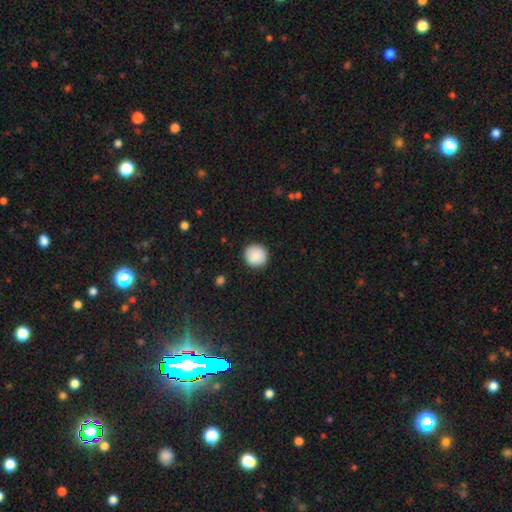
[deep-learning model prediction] Morphology: type=smooth (88%); roundness=round (94%); merging=none (91%).